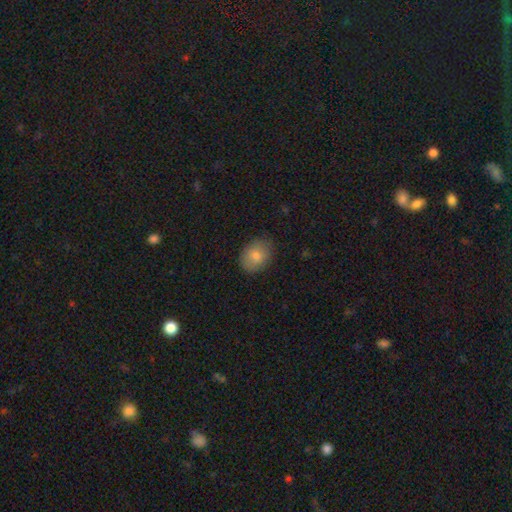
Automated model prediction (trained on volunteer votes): smooth 81%, featured or disk 11%, star or artifact 8%. Down the decision tree: how rounded — in between (70%); merging — none (84%).